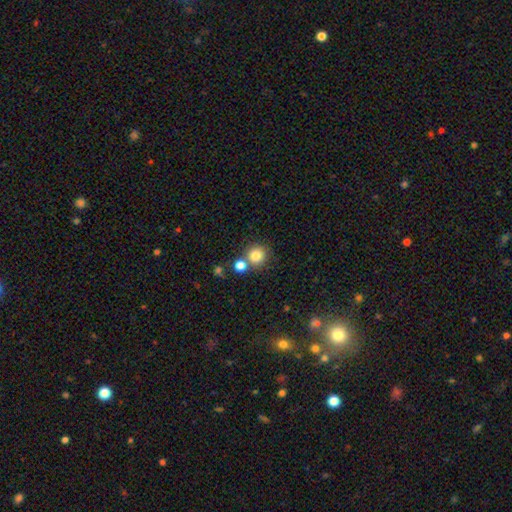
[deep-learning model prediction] The model was most divided on "merging": none: 67%, merger: 22%, minor disturbance: 8%, major disturbance: 3%. More confident: how rounded — round (92%); smooth or featured — smooth (82%).